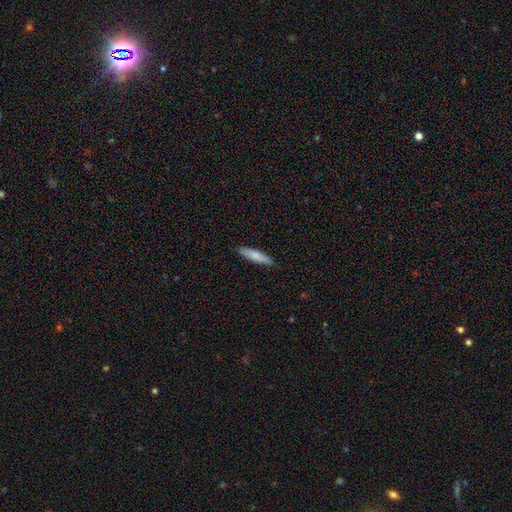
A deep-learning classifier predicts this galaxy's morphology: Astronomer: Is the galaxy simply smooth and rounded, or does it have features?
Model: smooth — 79%.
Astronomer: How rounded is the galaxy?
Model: cigar-shaped — 79%.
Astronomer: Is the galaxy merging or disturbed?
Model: none — 89%.